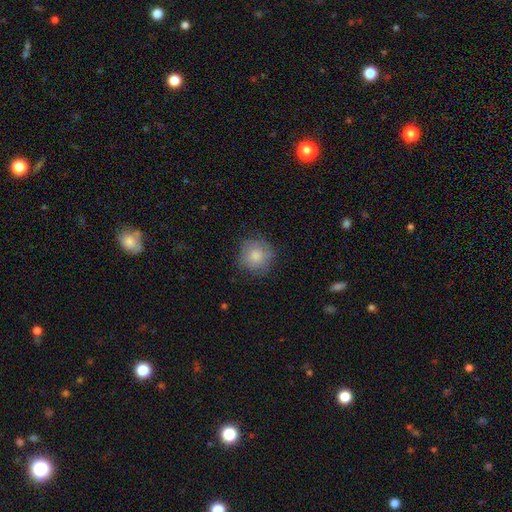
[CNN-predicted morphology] A smooth galaxy with no disk features (80%) that is round (92%).

Vote fractions:
- Smooth or featured? smooth: 80% / featured or disk: 12% / star or artifact: 8%
- How rounded? round: 92% / in between: 7% / cigar-shaped: 1%
- Merging? none: 76% / minor disturbance: 18% / major disturbance: 5% / merger: 1%